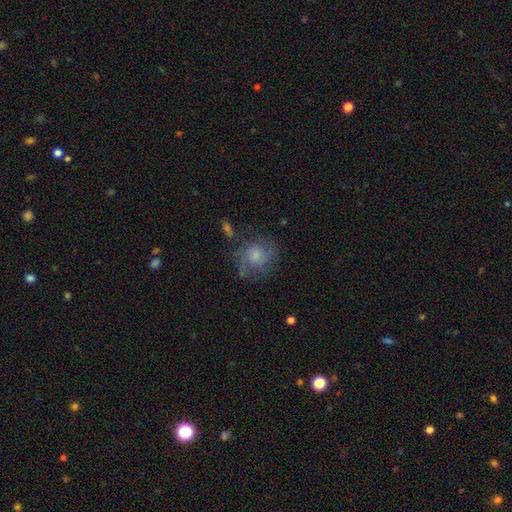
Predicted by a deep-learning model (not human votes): Morphology: type=featured or disk (49%); merging=none (58%).